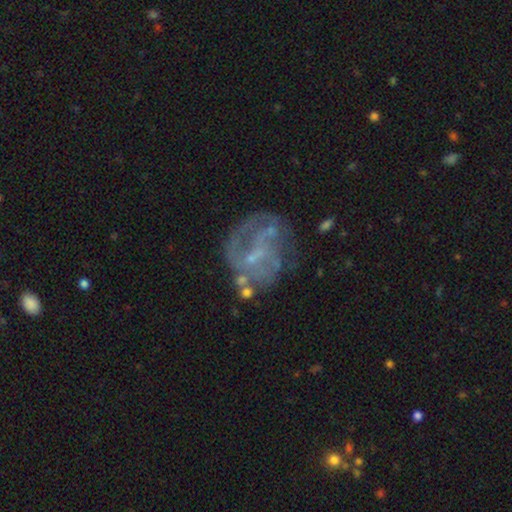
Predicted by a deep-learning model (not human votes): This appears to be a featured or disk galaxy (73%) with no bar (46%), spiral arms (67%) and a small central bulge (58%). Merging: none (55%).